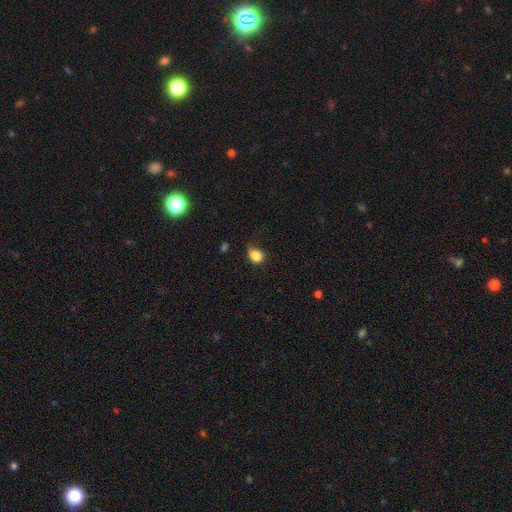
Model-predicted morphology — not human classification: Overall: smooth (86%). How rounded: round (58%; in between 41%). Merging: none (54%; minor disturbance 33%).